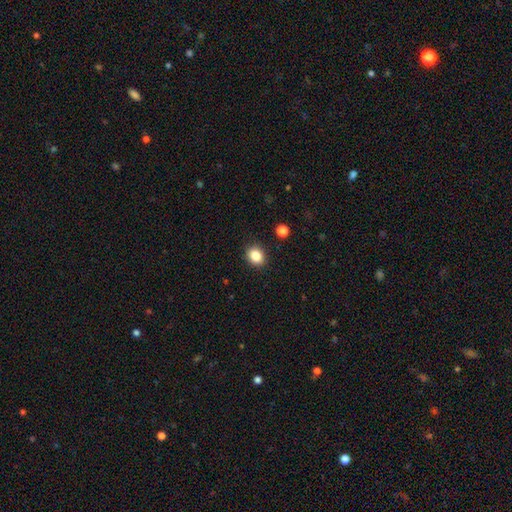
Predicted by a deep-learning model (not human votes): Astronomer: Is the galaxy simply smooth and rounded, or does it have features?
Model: smooth — 86%.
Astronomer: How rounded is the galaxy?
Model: round — 58% (runner-up: in between, 42%).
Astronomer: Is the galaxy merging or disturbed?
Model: none — 89%.